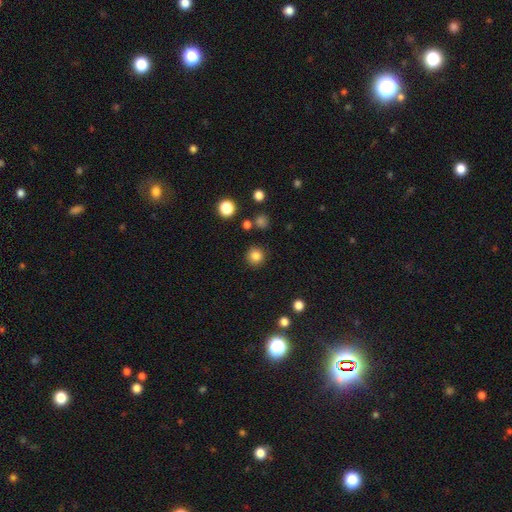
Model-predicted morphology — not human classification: A smooth galaxy with no disk features (83%) that is round (94%). Merging: none (90%).